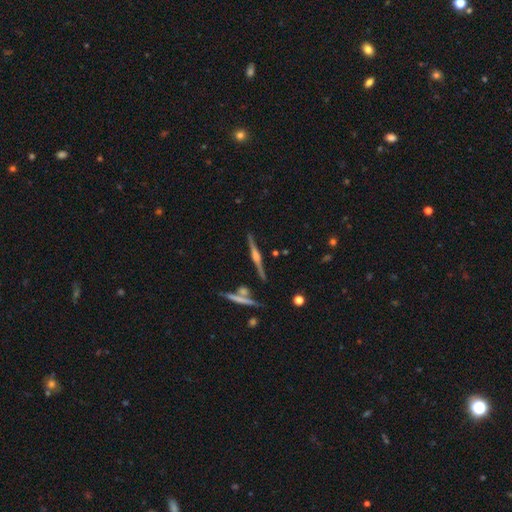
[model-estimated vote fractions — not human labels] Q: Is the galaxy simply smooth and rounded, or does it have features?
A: featured or disk — 83%.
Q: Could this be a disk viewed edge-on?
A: yes — 98%.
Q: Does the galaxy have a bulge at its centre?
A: rounded — 82%.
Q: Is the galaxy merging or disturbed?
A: none — 86%.